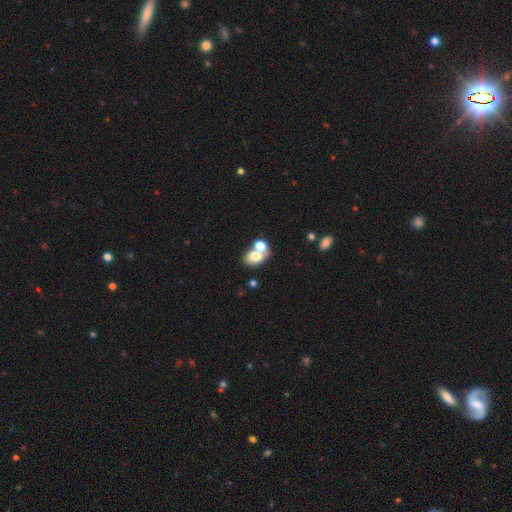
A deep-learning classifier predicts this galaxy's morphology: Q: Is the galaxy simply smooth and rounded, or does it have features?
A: smooth — 72%.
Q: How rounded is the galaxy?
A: in between — 67%.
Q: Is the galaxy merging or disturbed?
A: merger — 54%.